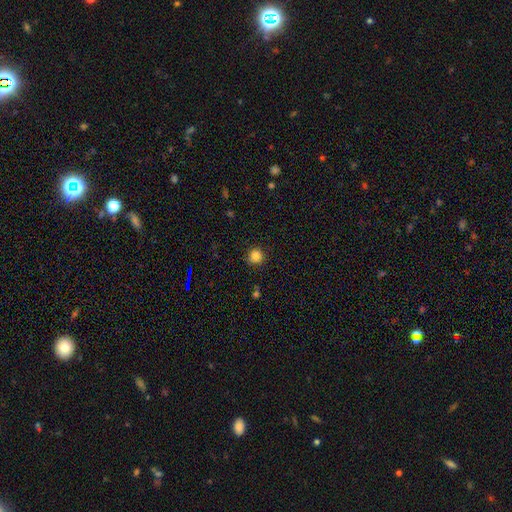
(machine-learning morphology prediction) A smooth galaxy with no disk features (83%) that is round (93%). Merging: none (87%).